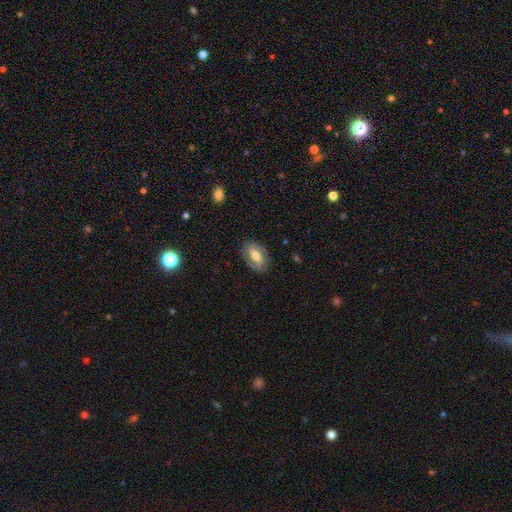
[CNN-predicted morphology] Overall: smooth (51%; featured or disk 42%). How rounded: in between (88%). Merging: none (83%).